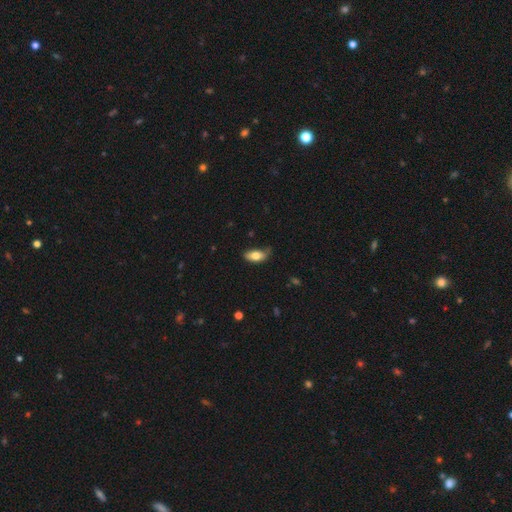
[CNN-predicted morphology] Smooth or featured? Predicted: smooth (p=0.77). How rounded? Predicted: in between (p=0.89). Merging? Predicted: none (p=0.55).